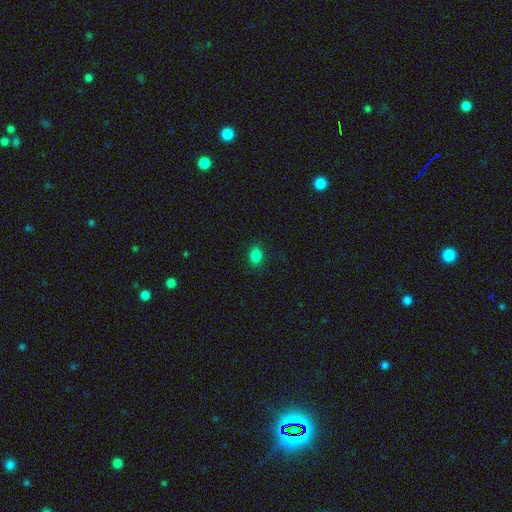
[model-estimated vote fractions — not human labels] This appears to be a smooth galaxy with no disk features (84%) that is in between round and cigar-shaped (65%). Merging: none (88%).